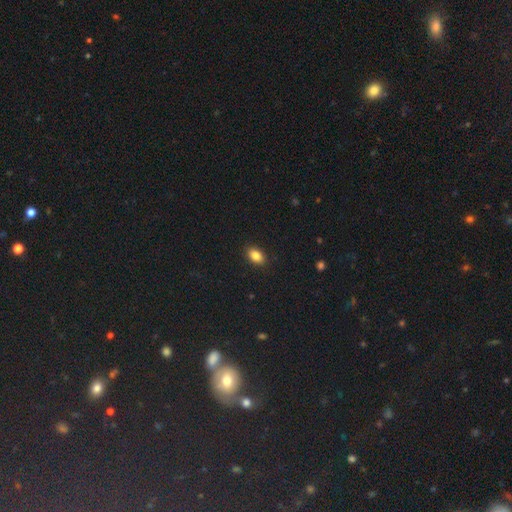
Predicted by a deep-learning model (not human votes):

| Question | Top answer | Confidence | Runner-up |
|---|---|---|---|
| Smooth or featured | smooth | 85% | star or artifact (9%) |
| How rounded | in between | 86% | round (12%) |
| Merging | none | 89% | minor disturbance (8%) |